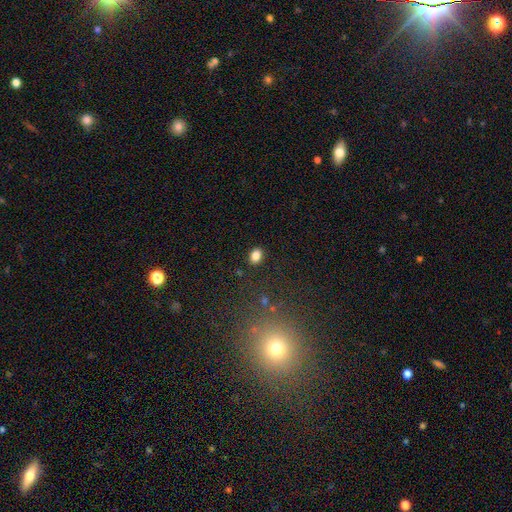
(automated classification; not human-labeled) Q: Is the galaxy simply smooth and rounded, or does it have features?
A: smooth — 83%.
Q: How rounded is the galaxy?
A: in between — 67%.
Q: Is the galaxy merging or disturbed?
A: none — 87%.